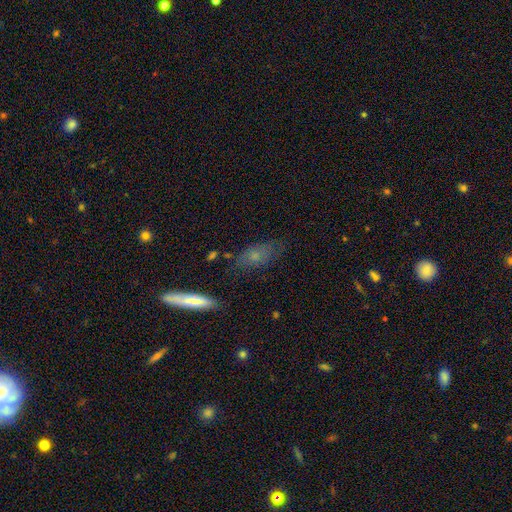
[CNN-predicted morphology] This is likely a smooth galaxy (67%). How rounded: likely in between (69%). Merging: likely none (67%).